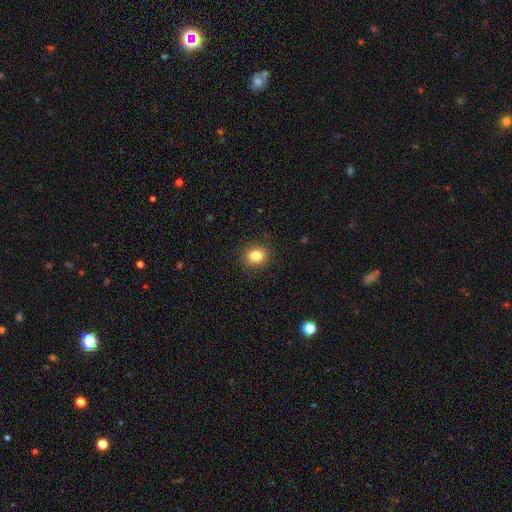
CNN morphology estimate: smooth_or_featured: smooth (p=0.82) [alt: star or artifact p=0.11]
how_rounded: round (p=0.72) [alt: in between p=0.27]
merging: none (p=0.89) [alt: minor disturbance p=0.07]